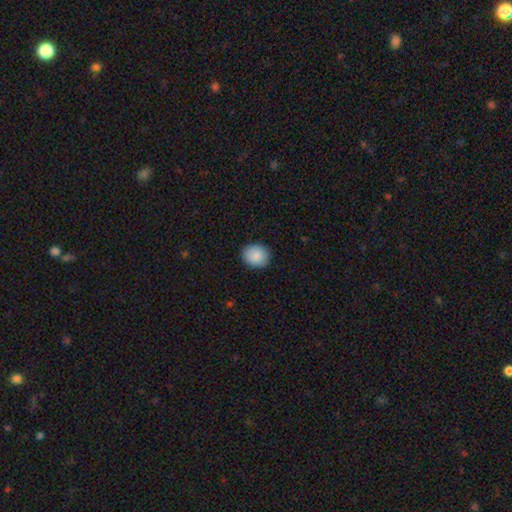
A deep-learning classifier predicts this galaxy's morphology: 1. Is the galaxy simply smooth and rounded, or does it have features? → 89% smooth, 7% star or artifact, 4% featured or disk.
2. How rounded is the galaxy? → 68% round, 31% in between, 1% cigar-shaped.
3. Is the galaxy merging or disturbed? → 89% none, 8% minor disturbance, 2% major disturbance, 1% merger.